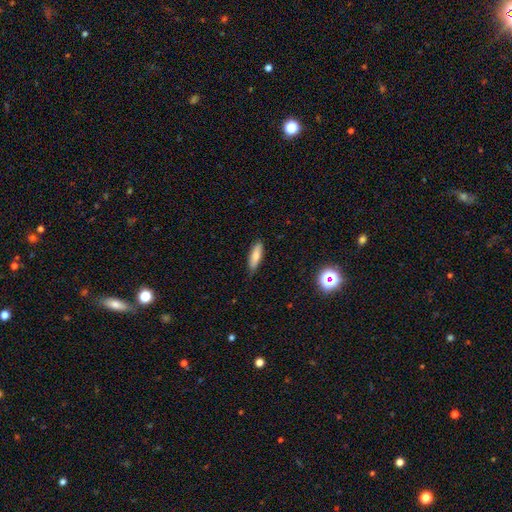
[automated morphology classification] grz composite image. It shows a smooth galaxy with no disk features (78%) that is cigar-shaped (51%). Merging: none (81%).